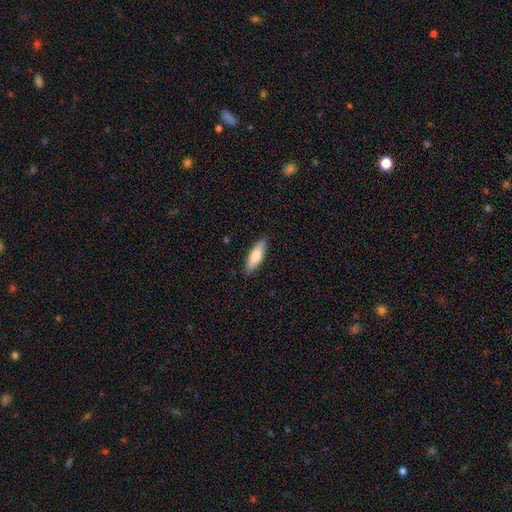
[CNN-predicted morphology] Q: Smooth or featured?
A: smooth (75%); runner-up: featured or disk (20%)
Q: How rounded?
A: in between (51%); runner-up: cigar-shaped (47%)
Q: Merging?
A: none (88%); runner-up: minor disturbance (9%)